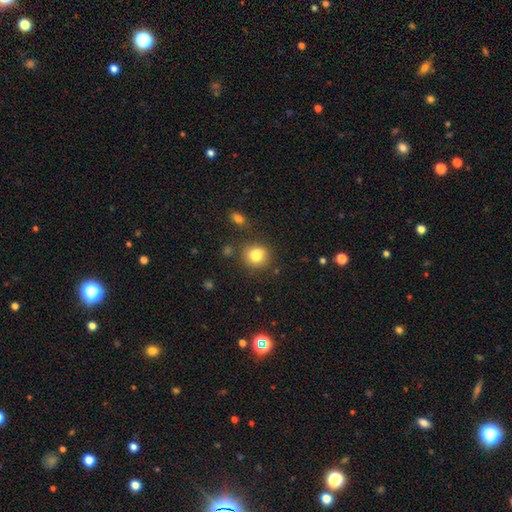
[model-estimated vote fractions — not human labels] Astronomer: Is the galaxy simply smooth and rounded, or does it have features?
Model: smooth — 80%.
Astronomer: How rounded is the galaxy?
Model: round — 80%.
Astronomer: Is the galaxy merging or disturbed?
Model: none — 70%.